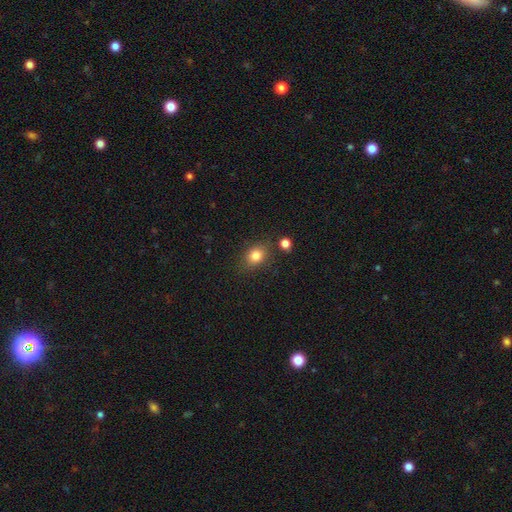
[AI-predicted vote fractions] Q: Smooth or featured?
A: smooth (81%); runner-up: star or artifact (12%)
Q: How rounded?
A: in between (50%); runner-up: round (49%)
Q: Merging?
A: none (78%); runner-up: minor disturbance (13%)